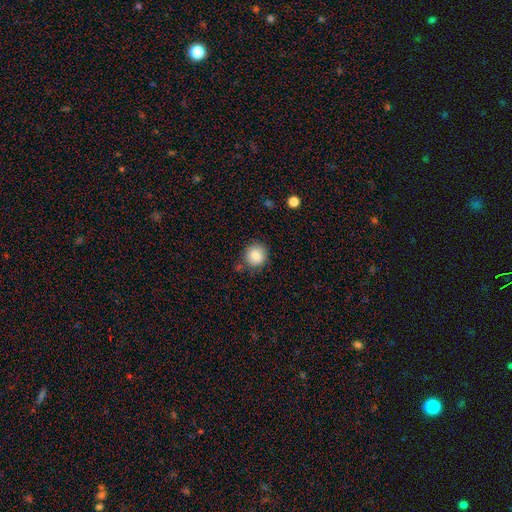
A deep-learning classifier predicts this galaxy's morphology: A smooth galaxy with no disk features (85%) that is round (88%).

Vote fractions:
- Smooth or featured? smooth: 85% / star or artifact: 9% / featured or disk: 6%
- How rounded? round: 88% / in between: 11% / cigar-shaped: 1%
- Merging? none: 79% / minor disturbance: 14% / major disturbance: 3% / merger: 3%